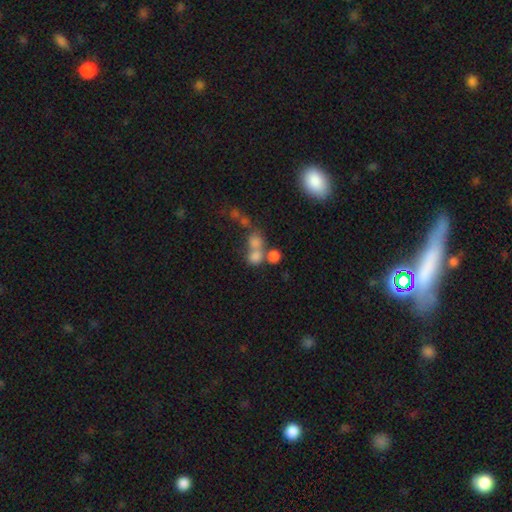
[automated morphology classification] smooth 71%, star or artifact 15%, featured or disk 13%. Down the decision tree: how rounded — round (72%); merging — merger (51%).